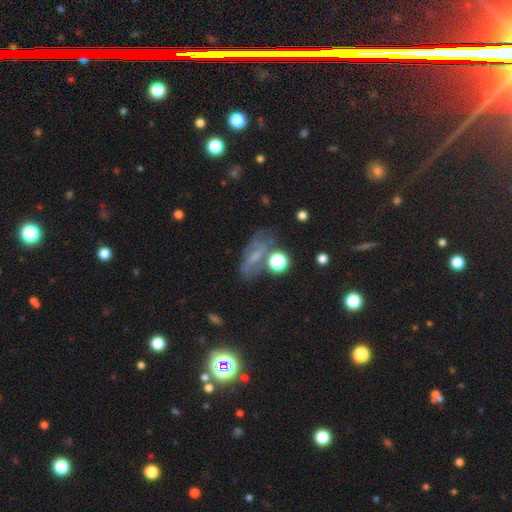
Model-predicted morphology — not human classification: Overall: featured or disk (43%; smooth 34%). Merging: none (51%; minor disturbance 22%).